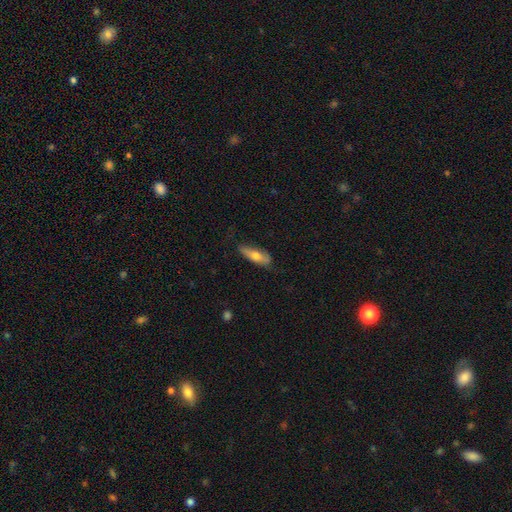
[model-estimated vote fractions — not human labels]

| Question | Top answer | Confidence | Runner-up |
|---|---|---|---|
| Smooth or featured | smooth | 62% | featured or disk (33%) |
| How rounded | in between | 49% | tied: cigar-shaped (49%) |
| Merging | none | 74% | minor disturbance (21%) |